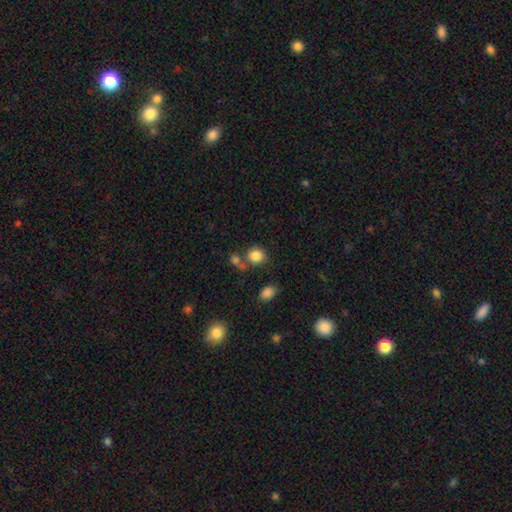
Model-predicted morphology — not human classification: Smooth or featured? Predicted: smooth (p=0.83). How rounded? Predicted: round (p=0.79). Merging? Predicted: none (p=0.59).